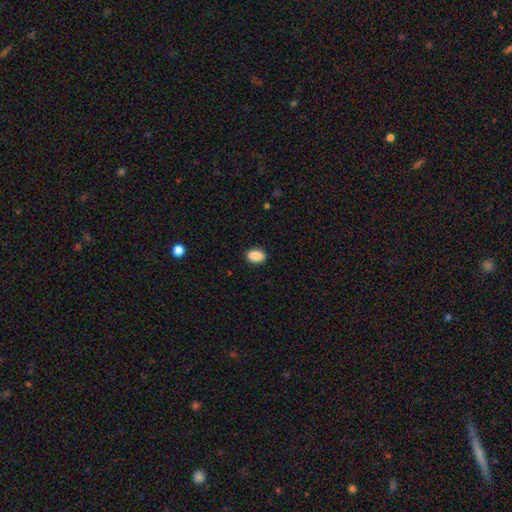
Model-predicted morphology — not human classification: This appears to be a smooth galaxy with no disk features (90%) that is in between round and cigar-shaped (86%). Merging: none (89%).